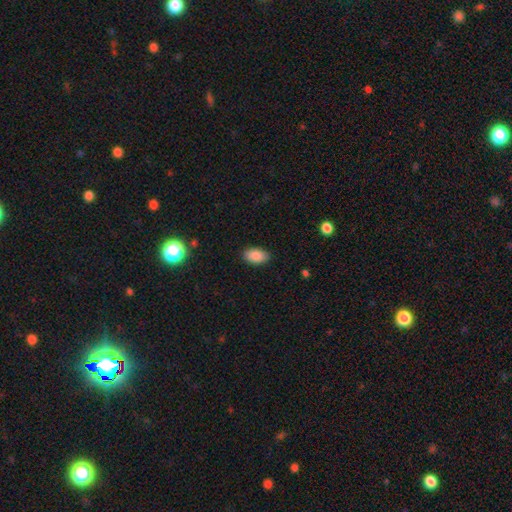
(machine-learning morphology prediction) Smooth or featured? smooth (87%)
How rounded? in between (93%)
Merging? none (86%)